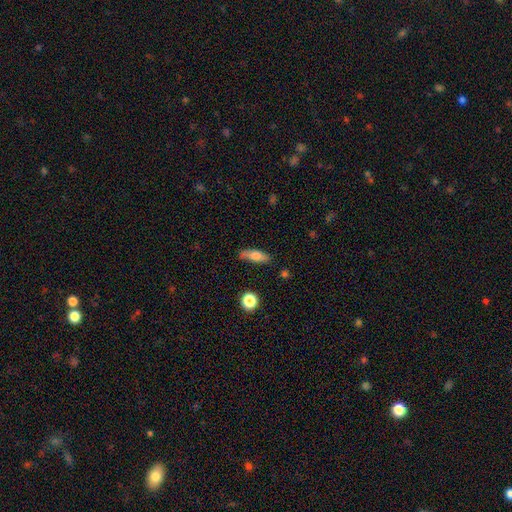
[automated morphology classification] This is likely a smooth galaxy (73%). How rounded: possibly in between (56%). Merging: likely none (73%).